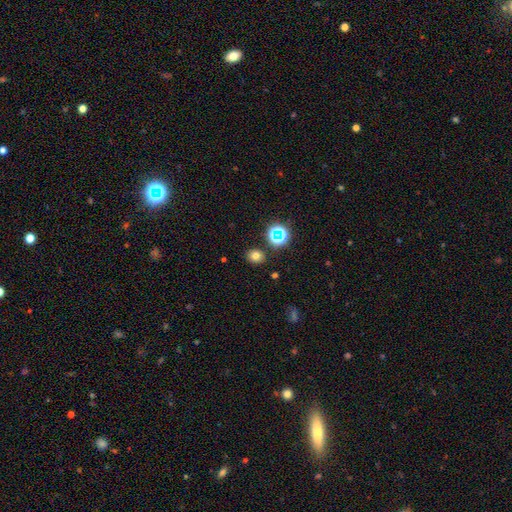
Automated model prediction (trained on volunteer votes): Smooth or featured?
  - smooth: 71% *
  - star or artifact: 21%
  - featured or disk: 8%
How rounded?
  - round: 64% *
  - in between: 36%
  - cigar-shaped: 1%
Merging?
  - none: 85% *
  - minor disturbance: 8%
  - merger: 4%
  - major disturbance: 3%